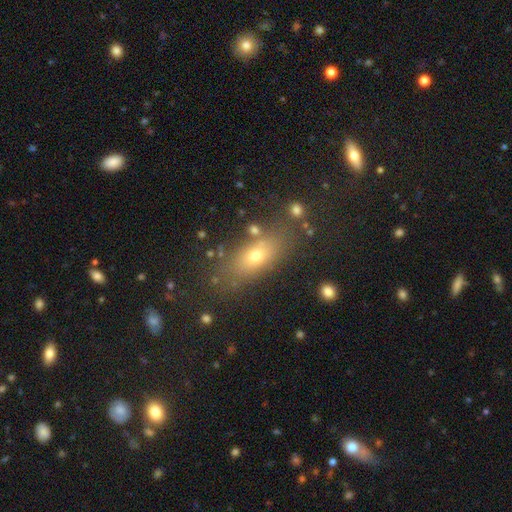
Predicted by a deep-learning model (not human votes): Smooth or featured: smooth — 62% (featured or disk — 19%)
How rounded: in between — 68% (cigar-shaped — 21%)
Merging: none — 76% (minor disturbance — 12%)